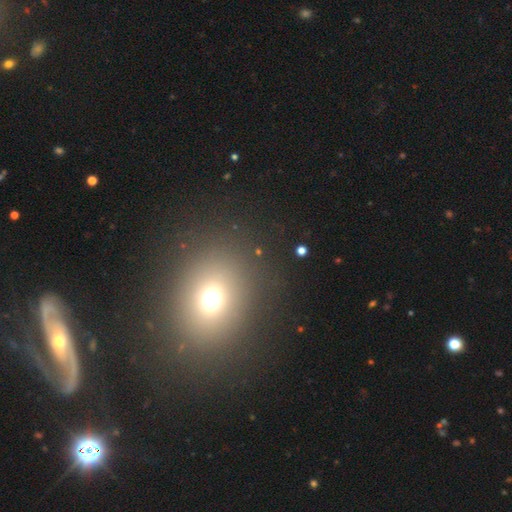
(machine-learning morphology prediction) Smooth or featured? smooth (62%)
How rounded? round (66%)
Merging? none (86%)